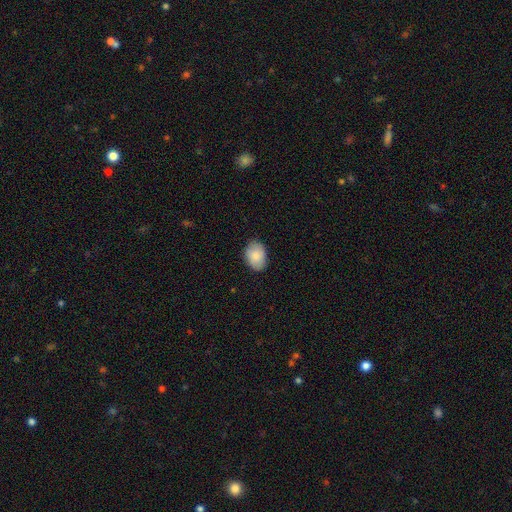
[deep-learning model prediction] Smooth or featured? smooth (84%)
How rounded? in between (77%)
Merging? none (84%)